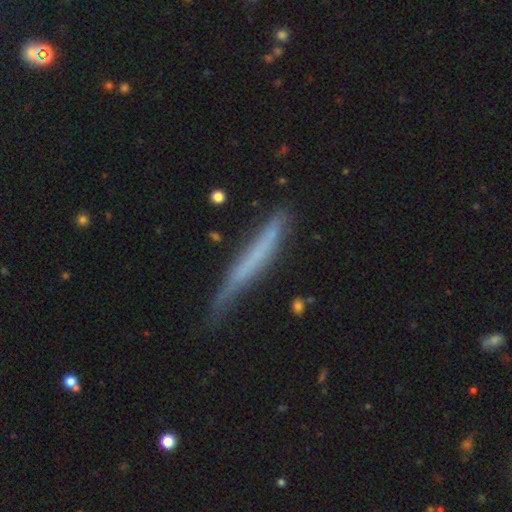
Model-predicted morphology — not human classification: smooth-or-featured: smooth: 51% | featured or disk: 41% | star or artifact: 7%
  how-rounded: cigar-shaped: 96% | in between: 3% | round: 1%
  merging: none: 63% | minor disturbance: 28% | major disturbance: 6% | merger: 3%